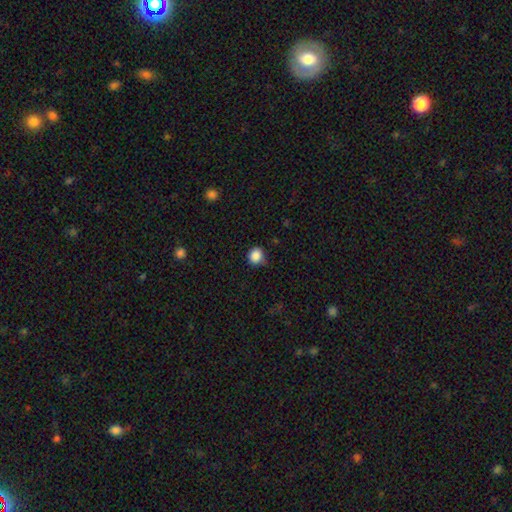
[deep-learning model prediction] The model was most divided on "merging": none: 71%, minor disturbance: 23%, major disturbance: 4%, merger: 2%. More confident: smooth or featured — smooth (87%); how rounded — round (86%).